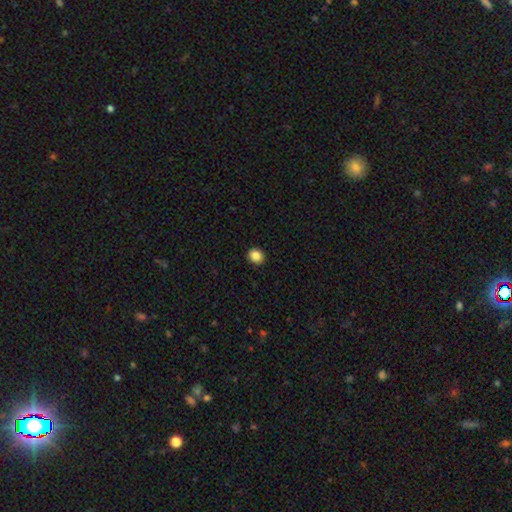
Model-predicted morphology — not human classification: smooth-or-featured: smooth: 86% | star or artifact: 10% | featured or disk: 4%
  how-rounded: round: 73% | in between: 26% | cigar-shaped: 1%
  merging: none: 92% | minor disturbance: 5% | major disturbance: 2% | merger: 1%